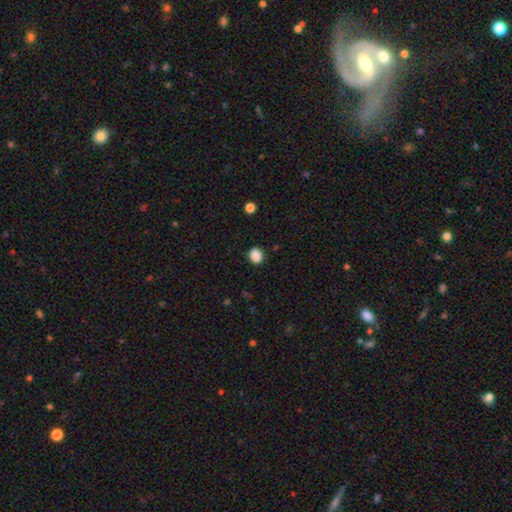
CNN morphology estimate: Smooth or featured: smooth — 88% (star or artifact — 9%)
How rounded: round — 56% (in between — 43%)
Merging: none — 87% (minor disturbance — 9%)